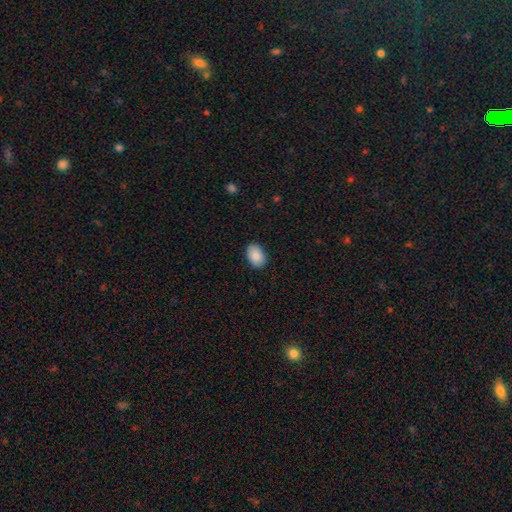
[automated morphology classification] The model was most divided on "how rounded": in between: 87%, round: 12%, cigar-shaped: 1%. More confident: smooth or featured — smooth (88%); merging — none (88%).